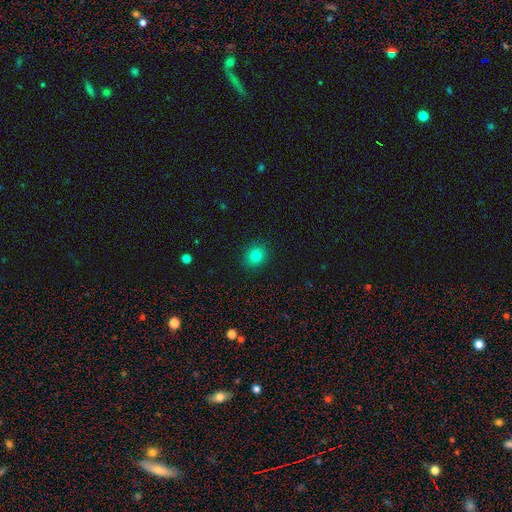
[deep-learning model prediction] smooth-or-featured: smooth: 82% | star or artifact: 12% | featured or disk: 5%
  how-rounded: round: 73% | in between: 26% | cigar-shaped: 1%
  merging: none: 89% | minor disturbance: 7% | major disturbance: 2% | merger: 1%